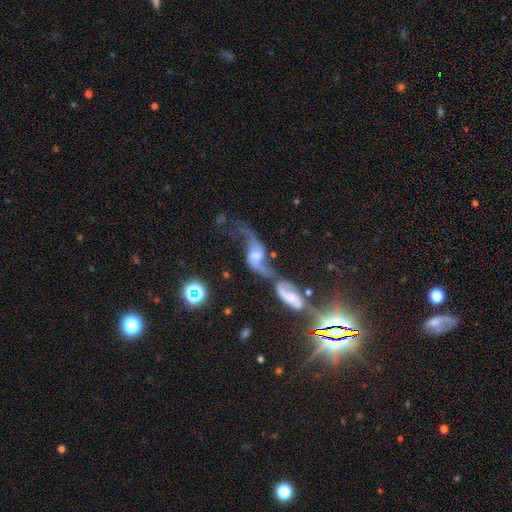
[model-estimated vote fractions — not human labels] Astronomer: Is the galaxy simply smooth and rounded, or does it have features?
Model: featured or disk — 80%.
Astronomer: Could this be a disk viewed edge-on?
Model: no — 91%.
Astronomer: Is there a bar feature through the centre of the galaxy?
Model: no — 43% (runner-up: weak, 40%).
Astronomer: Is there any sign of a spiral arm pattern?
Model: yes — 91%.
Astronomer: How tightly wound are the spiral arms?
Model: loose — 84%.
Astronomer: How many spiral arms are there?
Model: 2 — 87%.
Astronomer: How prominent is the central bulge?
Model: moderate — 49%.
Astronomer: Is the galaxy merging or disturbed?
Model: merger — 54%.